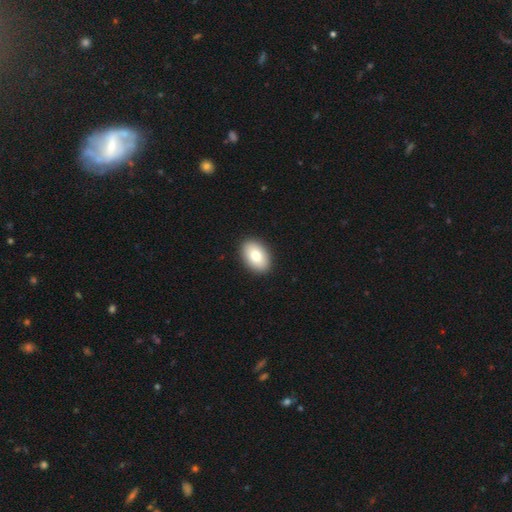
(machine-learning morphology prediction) This appears to be a smooth galaxy with no disk features (81%) that is in between round and cigar-shaped (89%). Merging: none (91%).